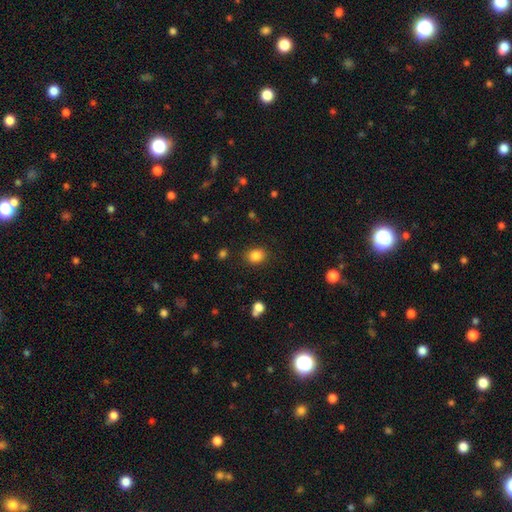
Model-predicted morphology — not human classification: The model was most divided on "how rounded": round: 53%, in between: 46%, cigar-shaped: 1%. More confident: merging — none (86%); smooth or featured — smooth (85%).